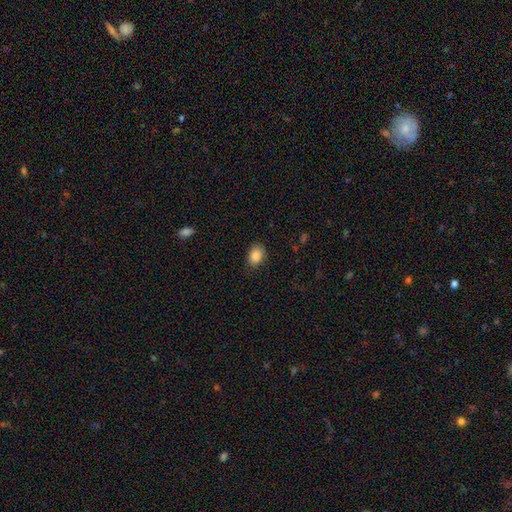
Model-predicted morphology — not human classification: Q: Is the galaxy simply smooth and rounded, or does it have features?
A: smooth — 87%.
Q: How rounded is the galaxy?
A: in between — 77%.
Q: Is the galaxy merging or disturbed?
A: none — 82%.